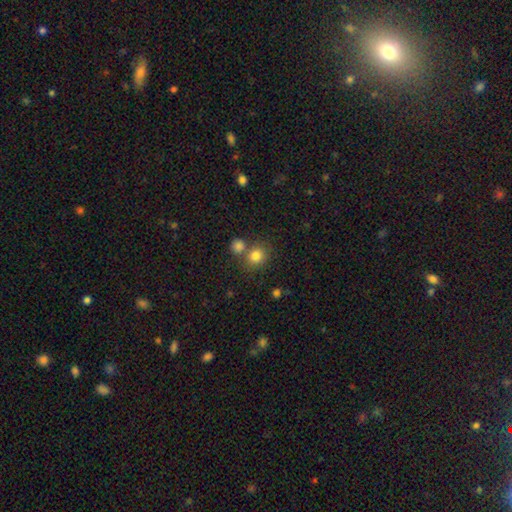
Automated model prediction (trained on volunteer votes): Smooth or featured?
  - smooth: 81% *
  - star or artifact: 12%
  - featured or disk: 7%
How rounded?
  - round: 78% *
  - in between: 21%
  - cigar-shaped: 1%
Merging?
  - none: 62% *
  - merger: 25%
  - minor disturbance: 9%
  - major disturbance: 3%